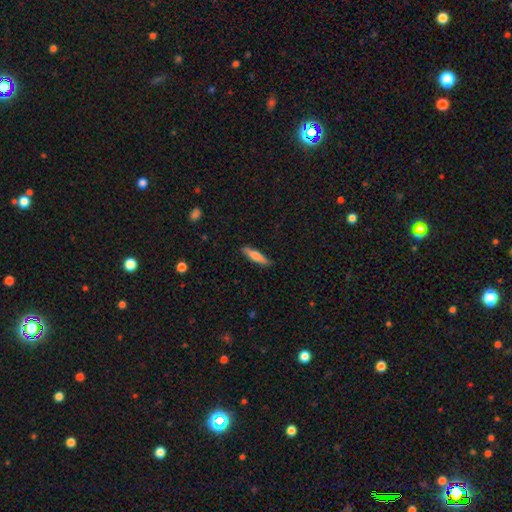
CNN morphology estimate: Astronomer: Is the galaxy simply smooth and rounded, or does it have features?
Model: smooth — 65%.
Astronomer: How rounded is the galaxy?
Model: cigar-shaped — 80%.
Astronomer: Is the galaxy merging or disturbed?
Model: none — 87%.